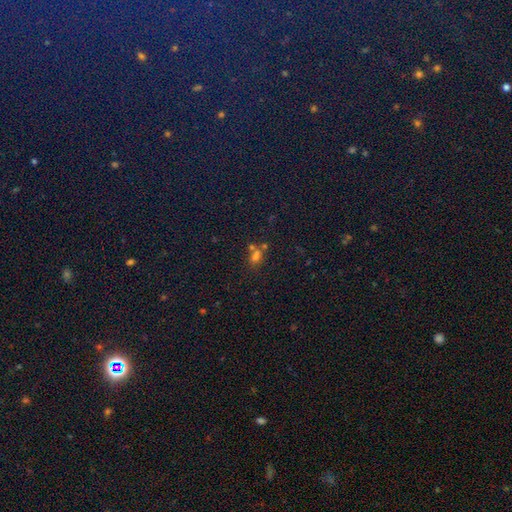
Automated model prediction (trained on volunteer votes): Smooth or featured?
  - smooth: 59% *
  - star or artifact: 30%
  - featured or disk: 11%
How rounded?
  - in between: 52% *
  - round: 45%
  - cigar-shaped: 3%
Merging?
  - none: 46% *
  - merger: 38%
  - minor disturbance: 10%
  - major disturbance: 5%